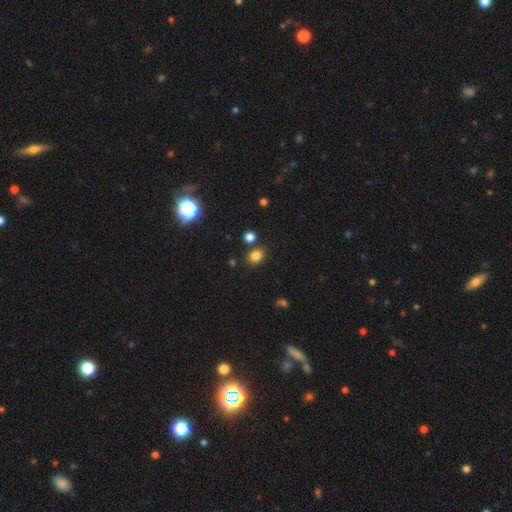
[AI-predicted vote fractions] This appears to be a smooth galaxy with no disk features (82%) that is round (57%). Merging: none (79%).